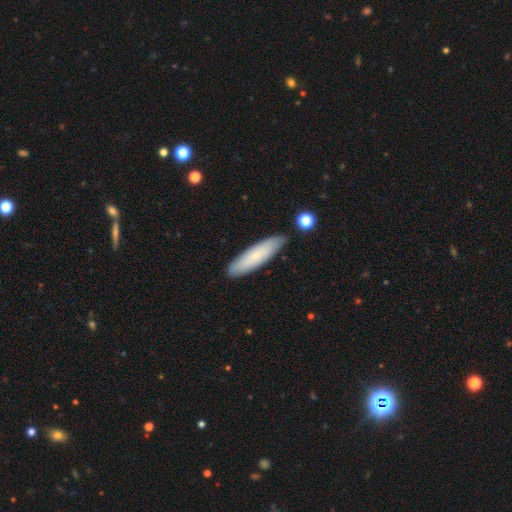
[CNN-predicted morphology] smooth-or-featured: smooth: 68% | featured or disk: 25% | star or artifact: 7%
  how-rounded: cigar-shaped: 71% | in between: 28% | round: 2%
  merging: none: 85% | minor disturbance: 11% | merger: 2% | major disturbance: 2%